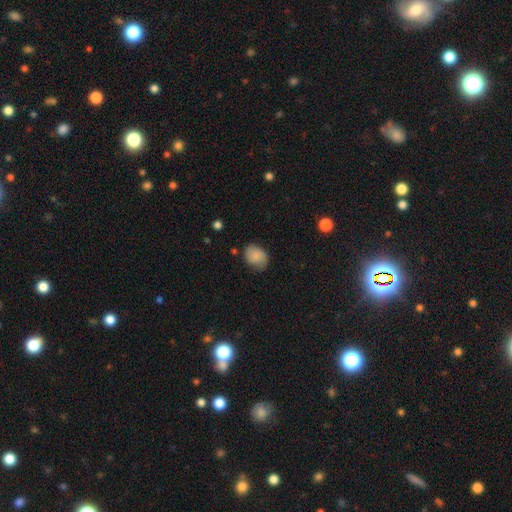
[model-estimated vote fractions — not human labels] Morphology: type=smooth (75%); roundness=in between (57%); merging=none (65%).